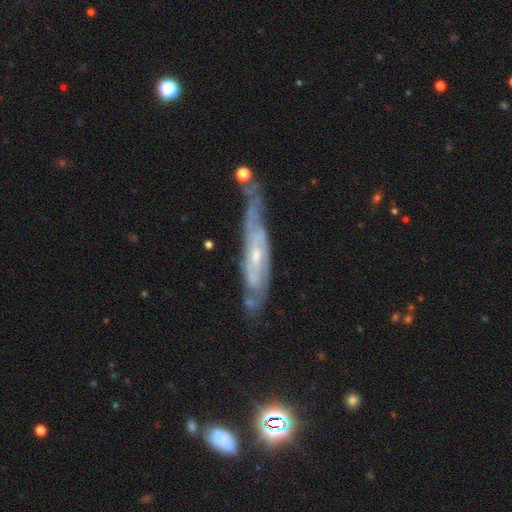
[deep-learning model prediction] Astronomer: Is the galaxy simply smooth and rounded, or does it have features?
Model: featured or disk — 80%.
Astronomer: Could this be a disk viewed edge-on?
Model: no — 64%.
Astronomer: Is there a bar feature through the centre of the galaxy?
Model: no — 55% (runner-up: weak, 34%).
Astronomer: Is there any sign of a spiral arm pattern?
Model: yes — 87%.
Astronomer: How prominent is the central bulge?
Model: small — 67%.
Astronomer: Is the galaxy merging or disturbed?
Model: none — 57%.